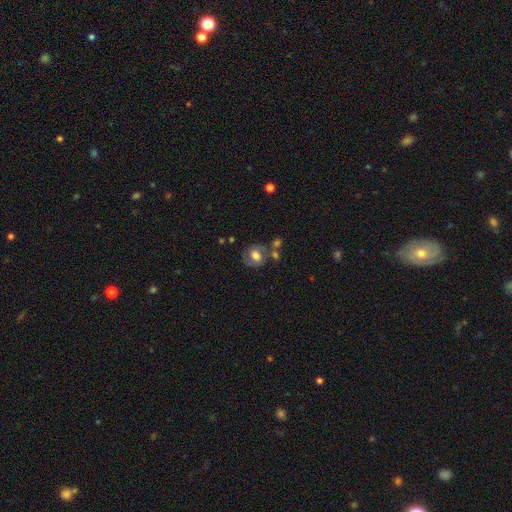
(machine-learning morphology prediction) type=featured or disk (56%); edge-on=no (96%); bar=no (41%); spiral arms=yes (73%); bulge=moderate (46%); merging=none (61%).